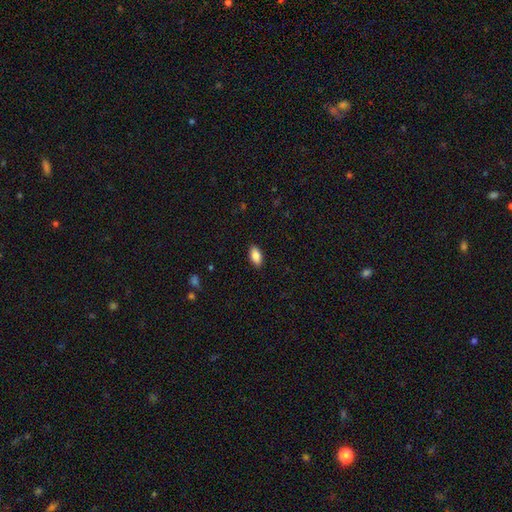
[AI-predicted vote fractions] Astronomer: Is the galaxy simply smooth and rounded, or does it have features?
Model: smooth — 87%.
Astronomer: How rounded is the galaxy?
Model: in between — 91%.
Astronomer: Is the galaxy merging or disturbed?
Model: none — 89%.